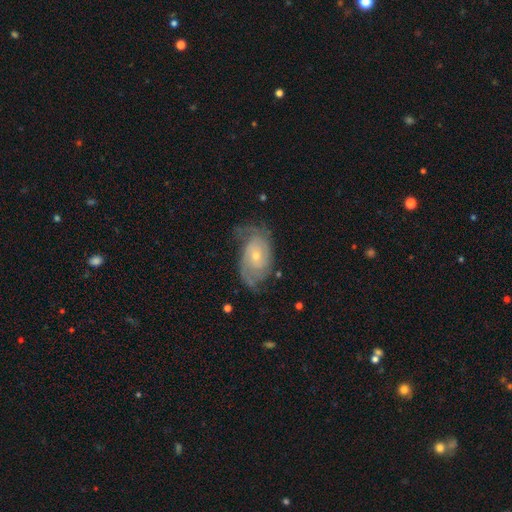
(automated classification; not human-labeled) This appears to be a featured or disk galaxy (78%) with no bar (73%), 2 (50%) tight (46%) spiral arms (90%) and a small central bulge (65%). Merging: none (61%).